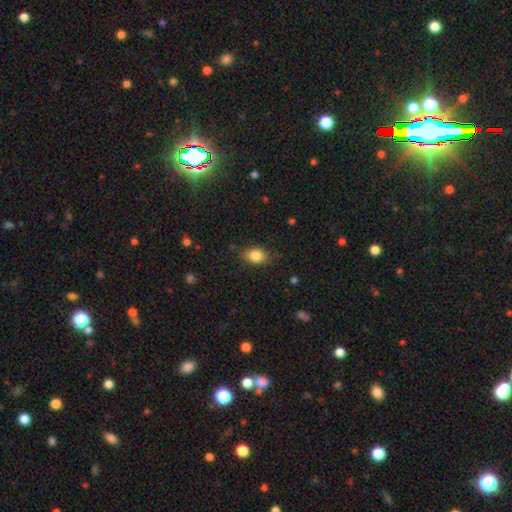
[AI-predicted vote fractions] Smooth or featured? smooth (84%)
How rounded? in between (74%)
Merging? none (78%)